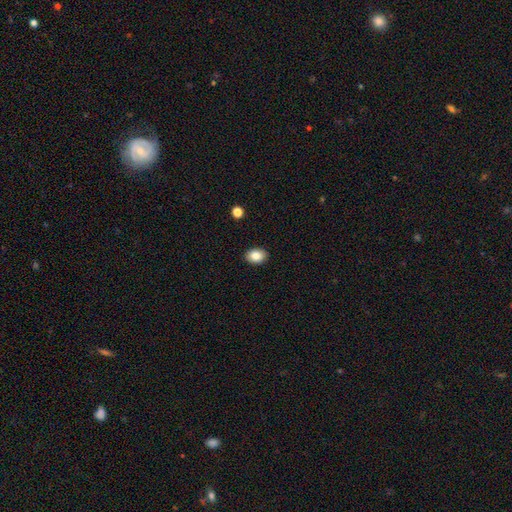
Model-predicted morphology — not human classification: type=smooth (85%); roundness=in between (78%); merging=none (90%).